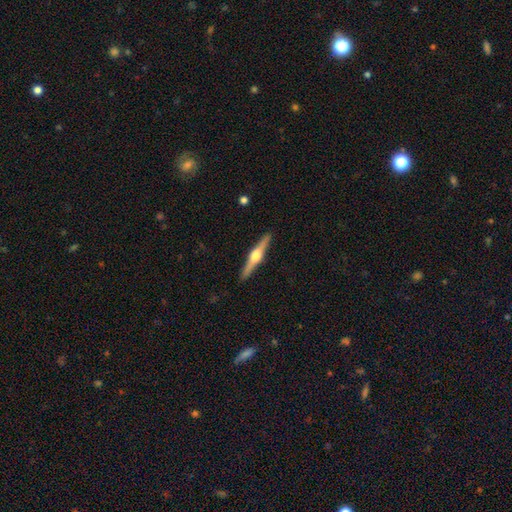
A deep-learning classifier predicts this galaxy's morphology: A featured or disk galaxy (78%) viewed edge-on (98%) with a rounded central bulge (95%).

Vote fractions:
- Smooth or featured? featured or disk: 78% / smooth: 18% / star or artifact: 5%
- Edge-on disk? yes: 98% / no: 2%
- Edge-on bulge? rounded: 95% / boxy: 3% / none: 2%
- Merging? none: 92% / minor disturbance: 6% / major disturbance: 1% / merger: 1%